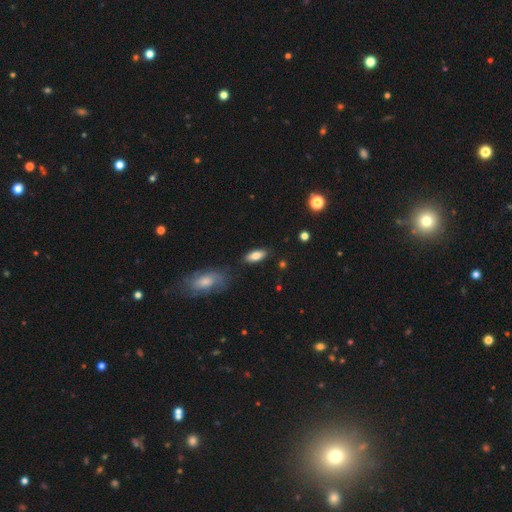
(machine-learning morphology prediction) type=smooth (80%); roundness=in between (81%); merging=none (82%).